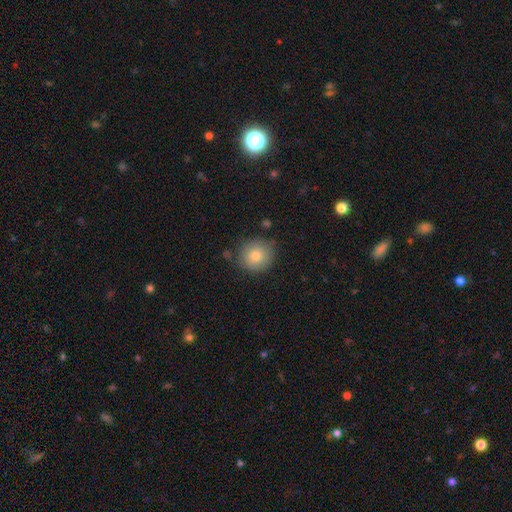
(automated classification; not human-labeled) A smooth galaxy with no disk features (79%) that is round (91%).

Vote fractions:
- Smooth or featured? smooth: 79% / featured or disk: 12% / star or artifact: 9%
- How rounded? round: 91% / in between: 8% / cigar-shaped: 1%
- Merging? none: 81% / minor disturbance: 14% / major disturbance: 3% / merger: 2%